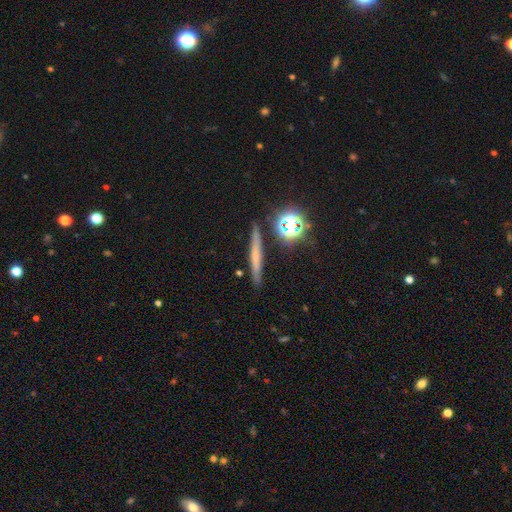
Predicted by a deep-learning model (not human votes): This is possibly a smooth galaxy (46%). Merging: clearly none (87%).